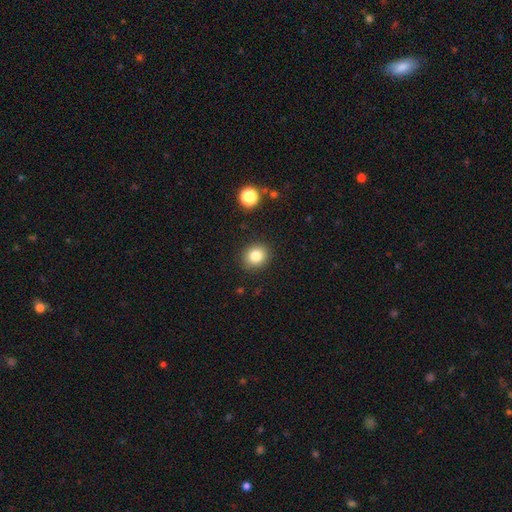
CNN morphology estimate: type=smooth (82%); roundness=round (78%); merging=none (89%).